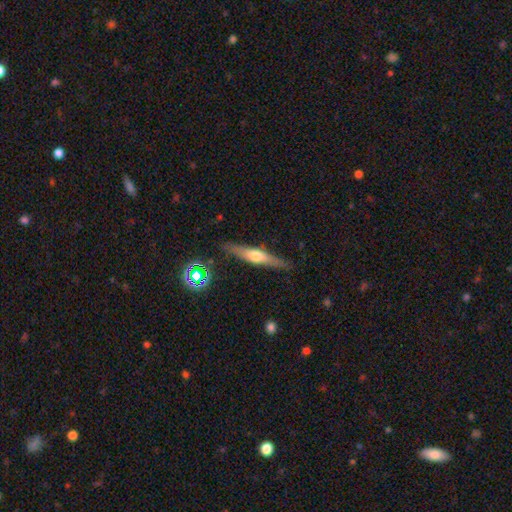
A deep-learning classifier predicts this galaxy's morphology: Smooth or featured? featured or disk (57%)
Edge-on disk? yes (93%)
Edge-on bulge? rounded (86%)
Merging? none (86%)